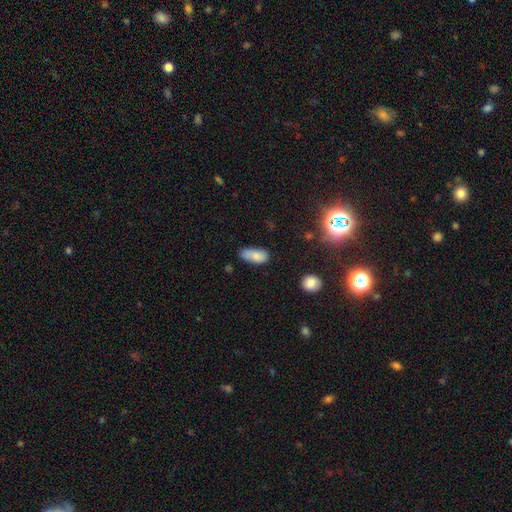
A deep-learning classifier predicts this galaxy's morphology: This appears to be a smooth galaxy with no disk features (78%) that is in between round and cigar-shaped (88%). Merging: none (52%).